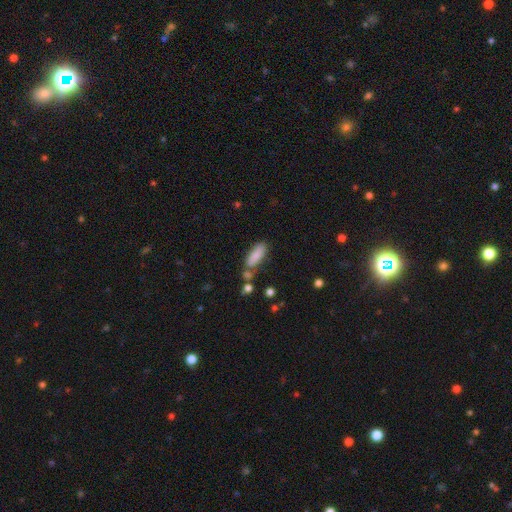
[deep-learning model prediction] Smooth or featured? smooth (83%)
How rounded? in between (68%)
Merging? none (62%)